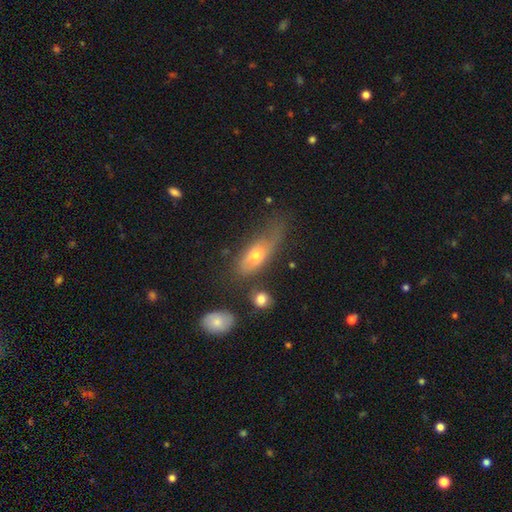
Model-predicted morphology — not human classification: Overall: smooth (61%; featured or disk 29%). How rounded: in between (72%). Merging: none (35%; major disturbance 29%).